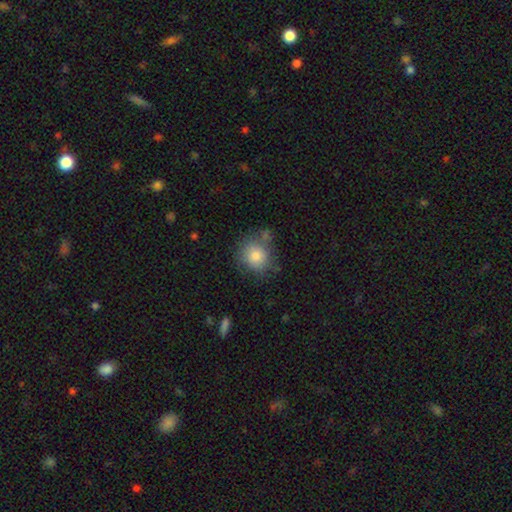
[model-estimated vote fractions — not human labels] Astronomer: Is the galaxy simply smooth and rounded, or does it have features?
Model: smooth — 82%.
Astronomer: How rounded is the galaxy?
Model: round — 84%.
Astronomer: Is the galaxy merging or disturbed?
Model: none — 69%.